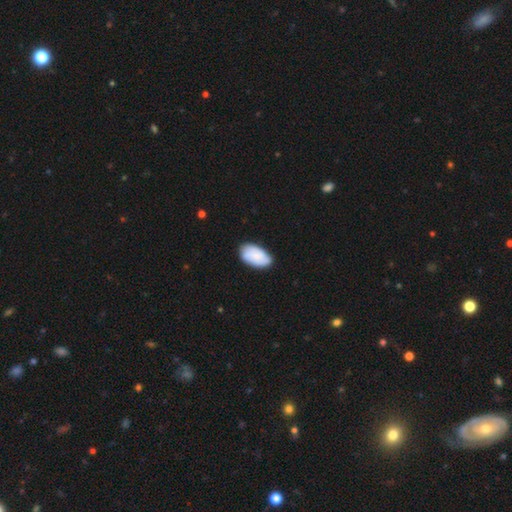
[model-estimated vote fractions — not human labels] smooth_or_featured: smooth (p=0.73) [alt: featured or disk p=0.21]
how_rounded: in between (p=0.95) [alt: round p=0.04]
merging: none (p=0.76) [alt: minor disturbance p=0.19]